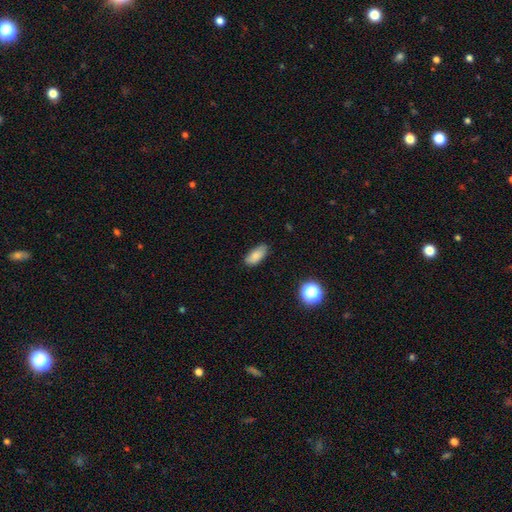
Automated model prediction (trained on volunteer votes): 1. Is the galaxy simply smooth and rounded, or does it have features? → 84% smooth, 9% star or artifact, 7% featured or disk.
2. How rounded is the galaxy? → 87% in between, 9% cigar-shaped, 4% round.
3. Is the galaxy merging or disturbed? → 76% none, 20% minor disturbance, 3% major disturbance, 1% merger.